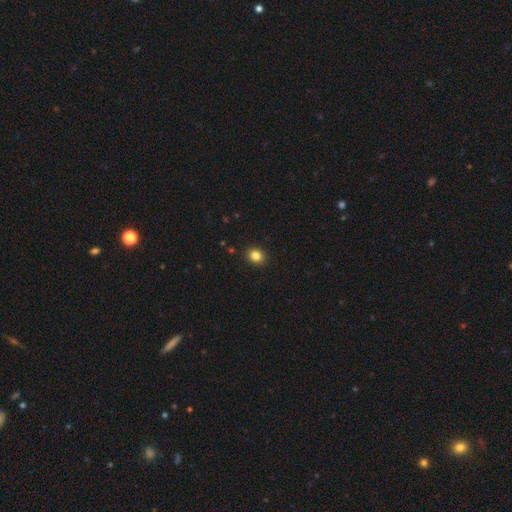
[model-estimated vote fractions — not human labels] Overall: smooth (83%). How rounded: round (68%; in between 31%). Merging: none (91%).